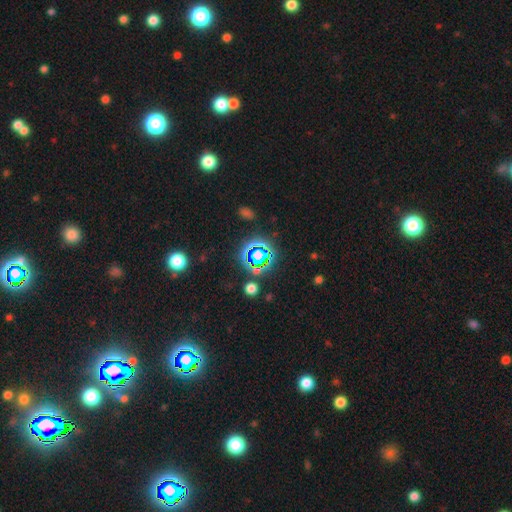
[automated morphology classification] This is likely a star or artifact rather than a galaxy (68%).